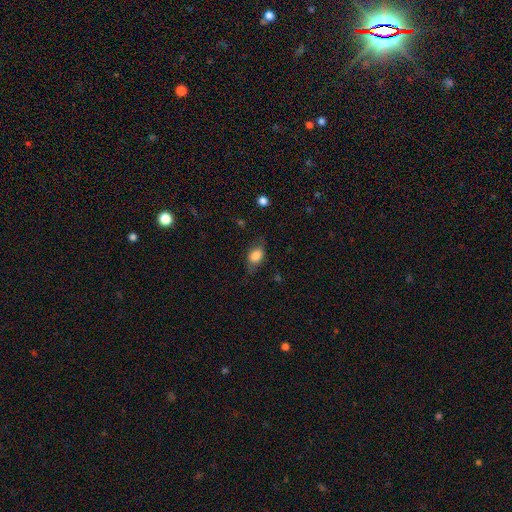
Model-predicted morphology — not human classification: A smooth galaxy with no disk features (78%) that is in between round and cigar-shaped (81%).

Vote fractions:
- Smooth or featured? smooth: 78% / featured or disk: 14% / star or artifact: 8%
- How rounded? in between: 81% / round: 16% / cigar-shaped: 3%
- Merging? none: 66% / minor disturbance: 24% / major disturbance: 9% / merger: 1%